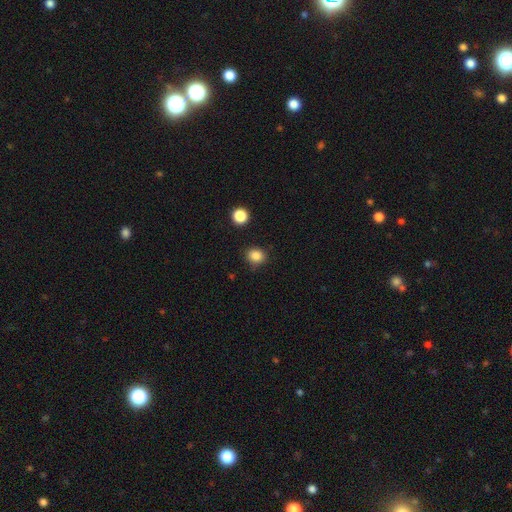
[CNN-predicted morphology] smooth-or-featured: smooth: 85% | star or artifact: 12% | featured or disk: 3%
  how-rounded: round: 75% | in between: 24% | cigar-shaped: 1%
  merging: none: 82% | minor disturbance: 12% | major disturbance: 3% | merger: 2%